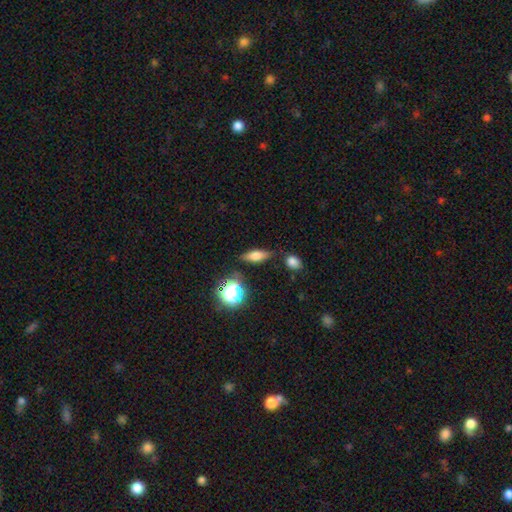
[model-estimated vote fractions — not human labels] Smooth or featured? Predicted: smooth (p=0.62). How rounded? Predicted: in between (p=0.55). Merging? Predicted: none (p=0.77).